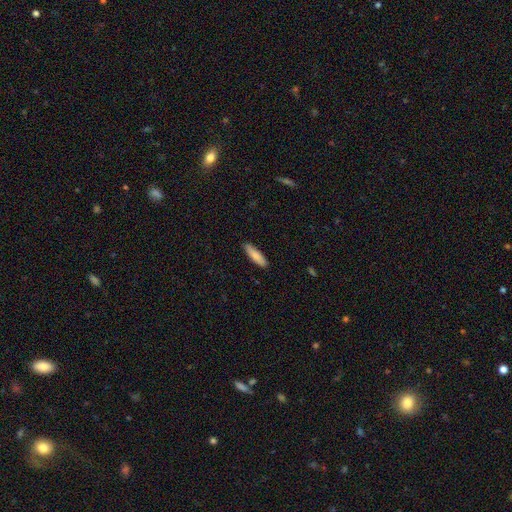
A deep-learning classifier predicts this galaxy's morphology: Smooth or featured? smooth (81%)
How rounded? cigar-shaped (71%)
Merging? none (88%)